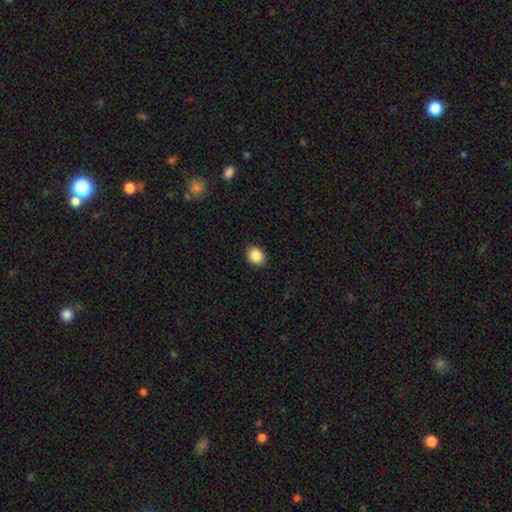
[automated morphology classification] Q: Smooth or featured?
A: smooth (88%); runner-up: star or artifact (8%)
Q: How rounded?
A: in between (51%); runner-up: round (48%)
Q: Merging?
A: none (89%); runner-up: minor disturbance (8%)